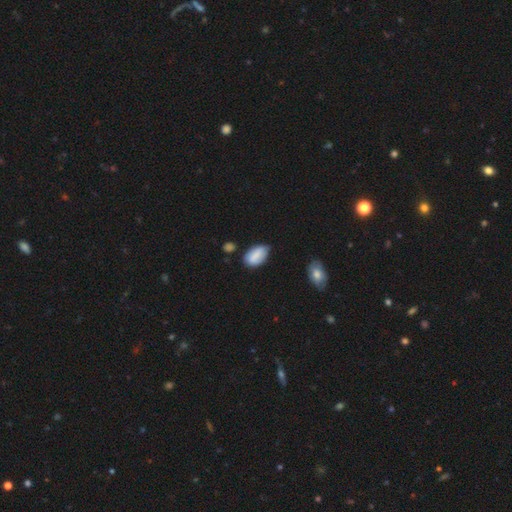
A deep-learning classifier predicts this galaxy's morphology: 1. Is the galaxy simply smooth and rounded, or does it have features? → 82% smooth, 11% featured or disk, 7% star or artifact.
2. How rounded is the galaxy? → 93% in between, 5% round, 2% cigar-shaped.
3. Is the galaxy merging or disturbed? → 56% none, 34% minor disturbance, 6% major disturbance, 4% merger.